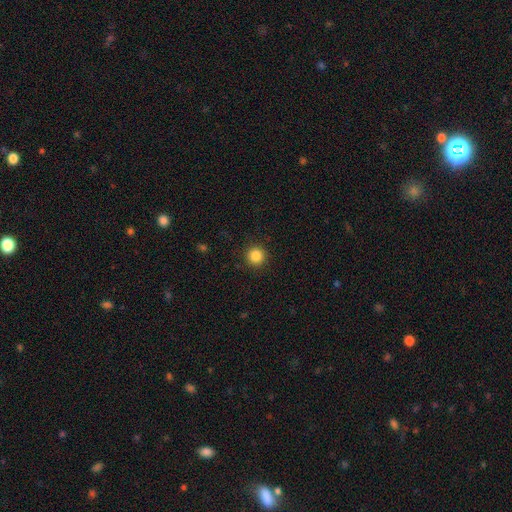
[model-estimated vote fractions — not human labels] A smooth galaxy with no disk features (86%) that is round (95%). Merging: none (92%).